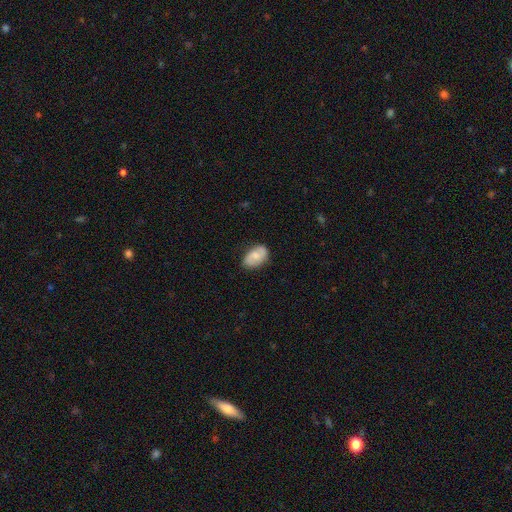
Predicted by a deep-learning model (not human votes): Morphology: type=smooth (61%); roundness=in between (90%); merging=none (76%).